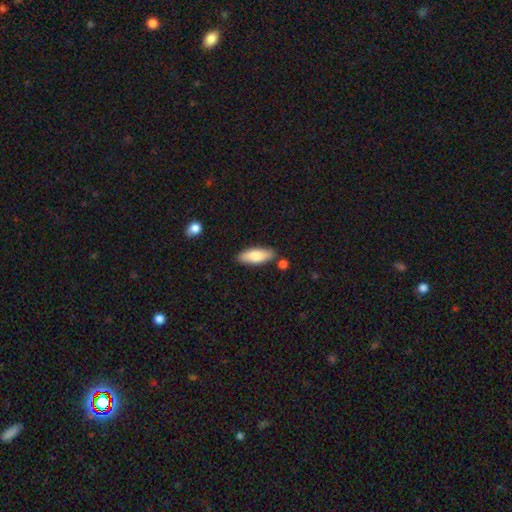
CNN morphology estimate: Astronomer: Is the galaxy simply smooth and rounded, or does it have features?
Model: smooth — 78%.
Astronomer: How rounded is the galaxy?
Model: in between — 71%.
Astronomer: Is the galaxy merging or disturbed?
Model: none — 82%.